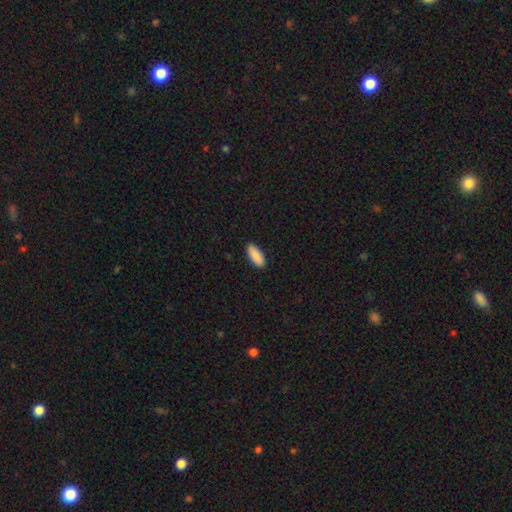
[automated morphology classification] Smooth or featured? Predicted: smooth (p=0.91). How rounded? Predicted: in between (p=0.81). Merging? Predicted: none (p=0.90).